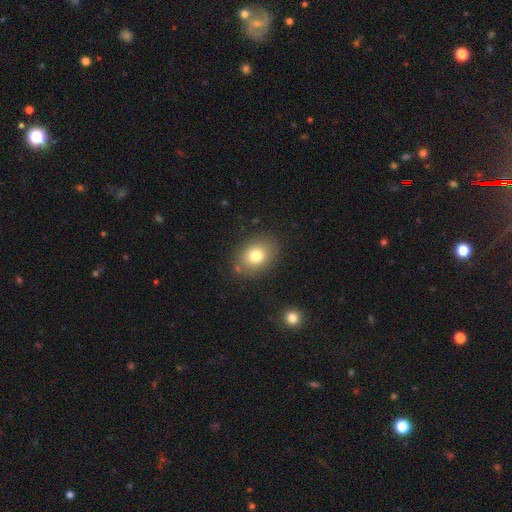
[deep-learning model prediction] Smooth or featured? smooth (78%)
How rounded? in between (67%)
Merging? none (82%)